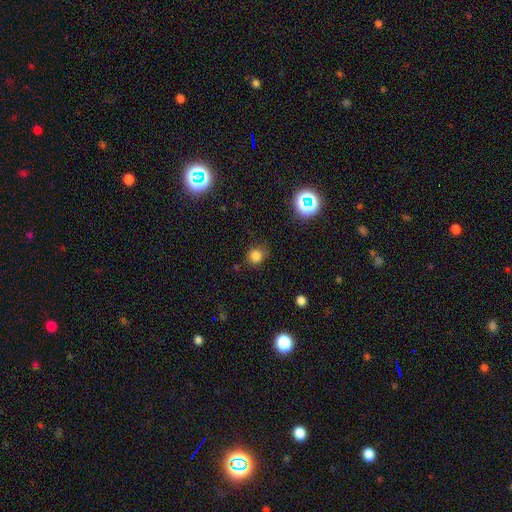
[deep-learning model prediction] smooth-or-featured: smooth: 80% | star or artifact: 15% | featured or disk: 5%
  how-rounded: round: 86% | in between: 13% | cigar-shaped: 1%
  merging: none: 74% | minor disturbance: 18% | major disturbance: 6% | merger: 2%